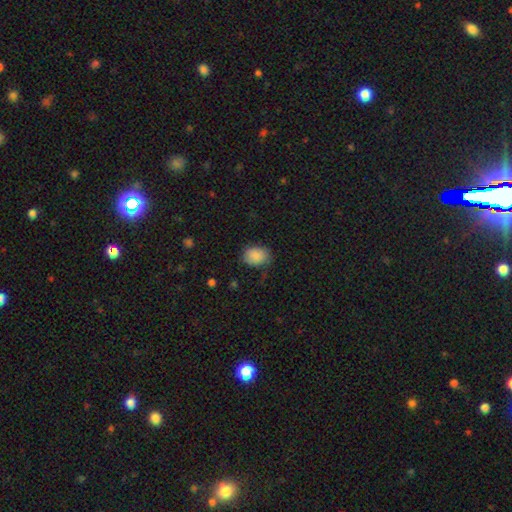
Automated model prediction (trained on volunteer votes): Smooth or featured?
  - smooth: 87% *
  - star or artifact: 8%
  - featured or disk: 5%
How rounded?
  - in between: 59% *
  - round: 40%
  - cigar-shaped: 1%
Merging?
  - none: 68% *
  - minor disturbance: 24%
  - major disturbance: 6%
  - merger: 2%